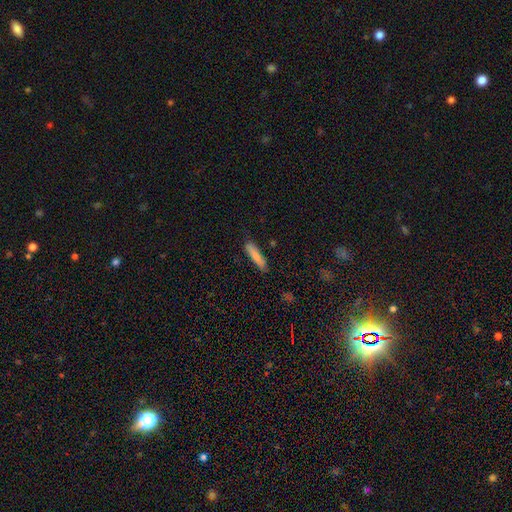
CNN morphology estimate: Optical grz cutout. It shows a smooth galaxy with no disk features (81%) that is cigar-shaped (82%). Merging: none (84%).